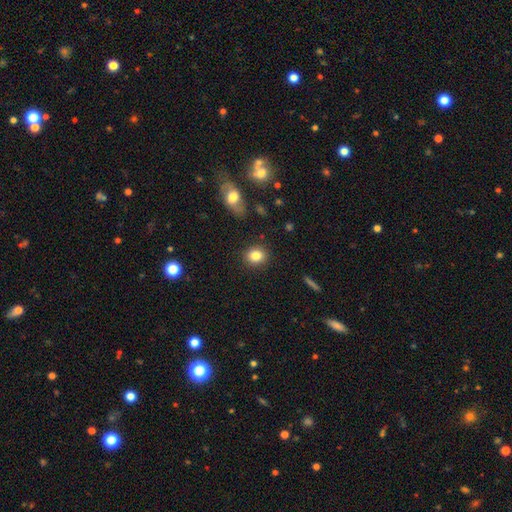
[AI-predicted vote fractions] Smooth or featured?
  - smooth: 83% *
  - star or artifact: 10%
  - featured or disk: 7%
How rounded?
  - round: 75% *
  - in between: 24%
  - cigar-shaped: 1%
Merging?
  - none: 89% *
  - minor disturbance: 7%
  - major disturbance: 2%
  - merger: 2%